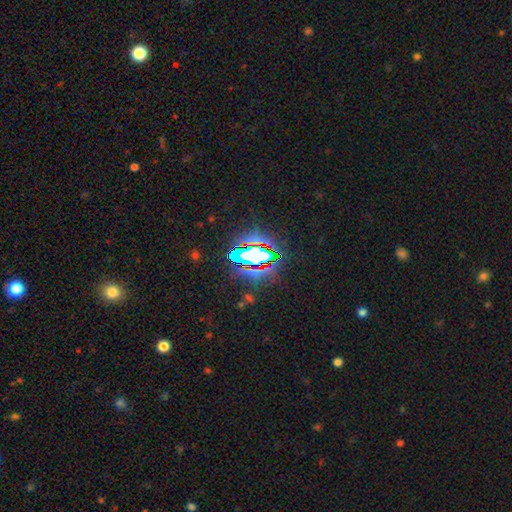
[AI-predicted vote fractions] Smooth or featured? star or artifact (65%)